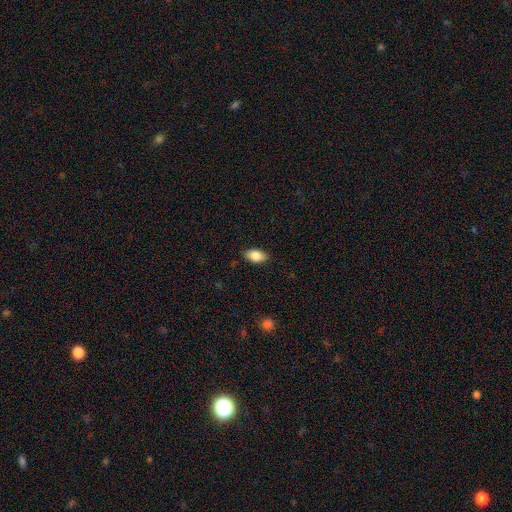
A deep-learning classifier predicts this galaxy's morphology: A smooth galaxy with no disk features (84%) that is in between round and cigar-shaped (90%).

Vote fractions:
- Smooth or featured? smooth: 84% / featured or disk: 9% / star or artifact: 7%
- How rounded? in between: 90% / round: 7% / cigar-shaped: 3%
- Merging? none: 84% / minor disturbance: 13% / major disturbance: 2% / merger: 1%